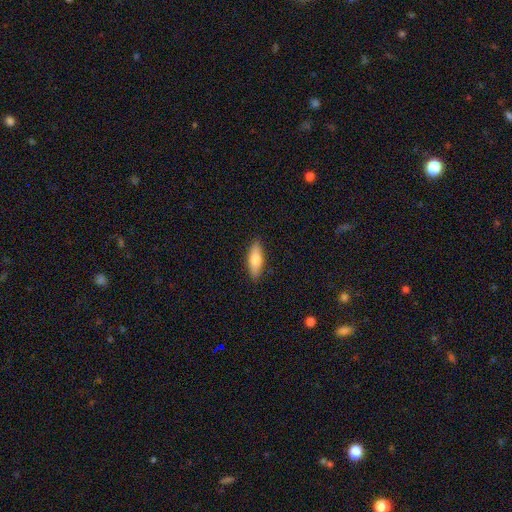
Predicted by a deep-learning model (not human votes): The model was most divided on "how rounded": in between: 54%, cigar-shaped: 44%, round: 2%. More confident: merging — none (88%); smooth or featured — smooth (68%).